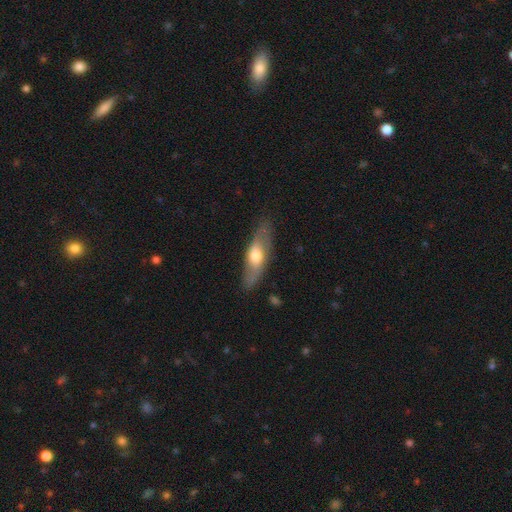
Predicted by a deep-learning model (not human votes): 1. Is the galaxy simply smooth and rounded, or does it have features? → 52% smooth, 42% featured or disk, 6% star or artifact.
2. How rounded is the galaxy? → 54% in between, 43% cigar-shaped, 3% round.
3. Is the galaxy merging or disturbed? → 80% none, 14% minor disturbance, 4% major disturbance, 2% merger.